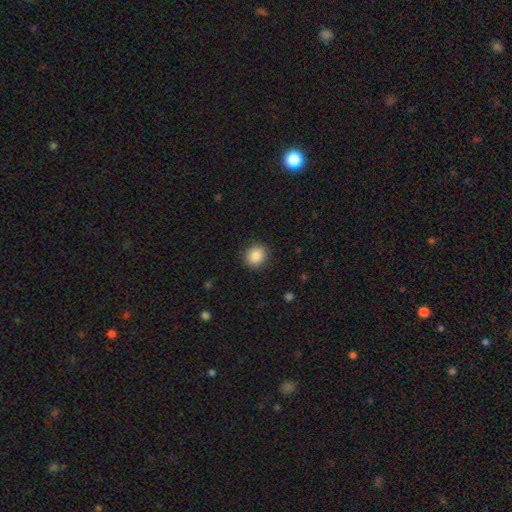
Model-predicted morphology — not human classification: smooth-or-featured: smooth: 87% | star or artifact: 9% | featured or disk: 4%
  how-rounded: round: 74% | in between: 25% | cigar-shaped: 1%
  merging: none: 89% | minor disturbance: 7% | major disturbance: 2% | merger: 1%